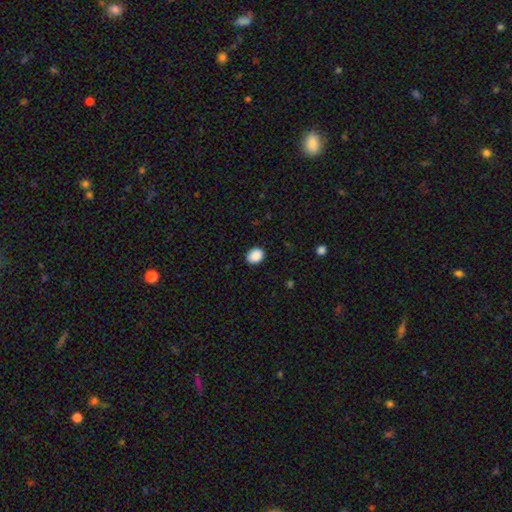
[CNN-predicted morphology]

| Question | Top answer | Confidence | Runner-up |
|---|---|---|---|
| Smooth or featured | smooth | 89% | star or artifact (8%) |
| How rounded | in between | 55% | round (44%) |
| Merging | none | 89% | minor disturbance (8%) |